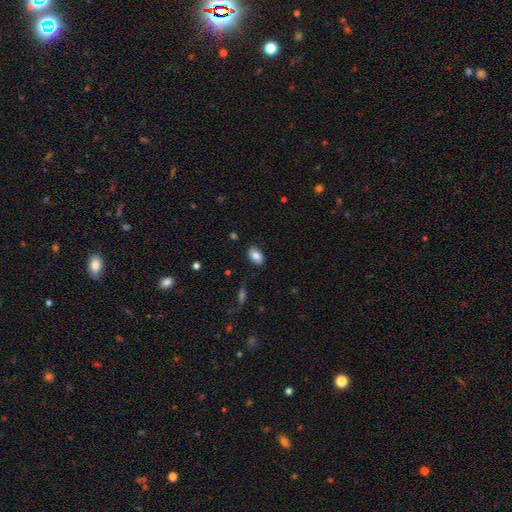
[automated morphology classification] smooth_or_featured: smooth (p=0.85) [alt: star or artifact p=0.08]
how_rounded: in between (p=0.89) [alt: round p=0.10]
merging: none (p=0.83) [alt: minor disturbance p=0.12]